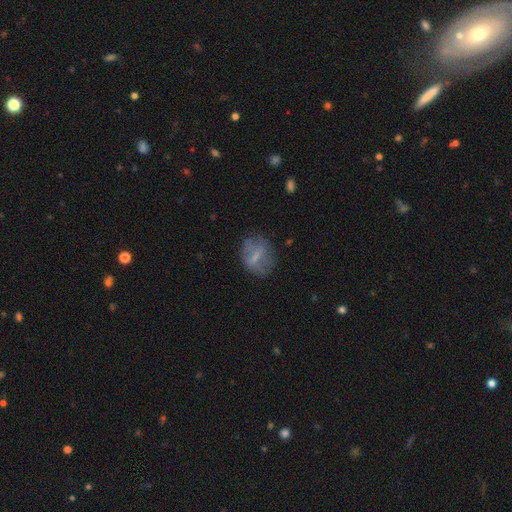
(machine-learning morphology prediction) type=featured or disk (46%); merging=none (65%).